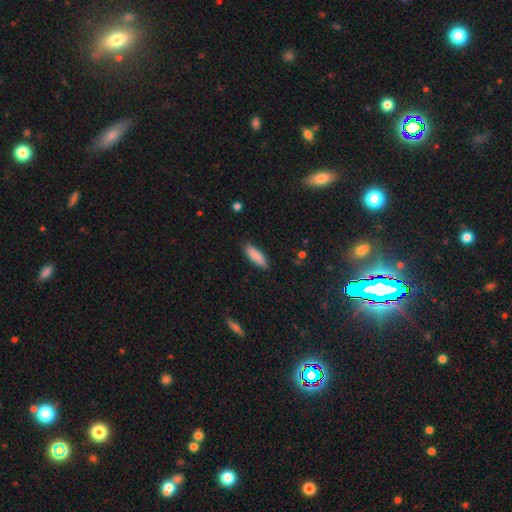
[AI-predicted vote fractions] smooth 86%, featured or disk 8%, star or artifact 6%. Down the decision tree: how rounded — in between (55%); merging — none (84%).